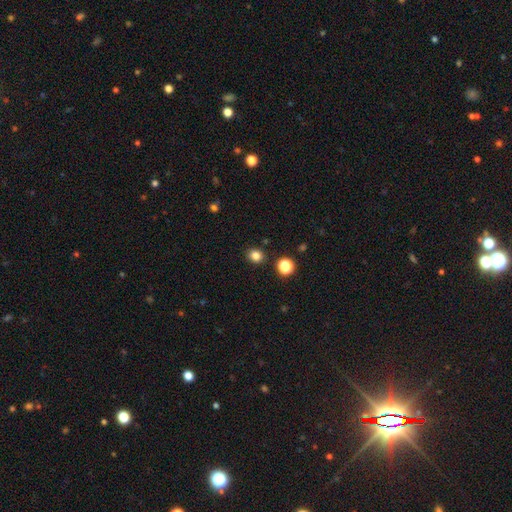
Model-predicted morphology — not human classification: This appears to be a smooth galaxy with no disk features (82%) that is round (75%). Merging: none (89%).